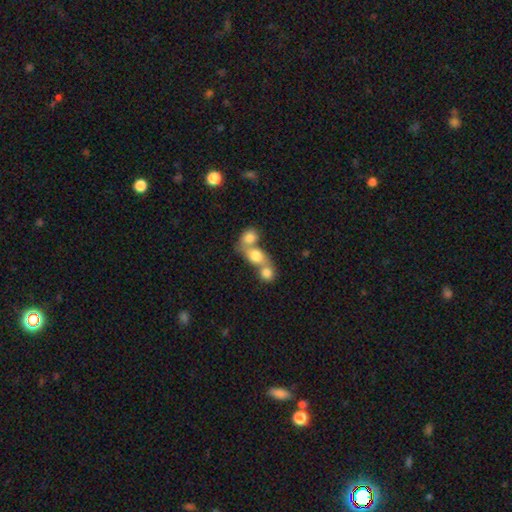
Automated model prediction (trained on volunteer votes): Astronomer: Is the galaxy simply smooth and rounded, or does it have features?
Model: smooth — 76%.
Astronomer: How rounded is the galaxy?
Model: round — 56% (runner-up: in between, 41%).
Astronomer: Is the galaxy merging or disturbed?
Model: merger — 69%.